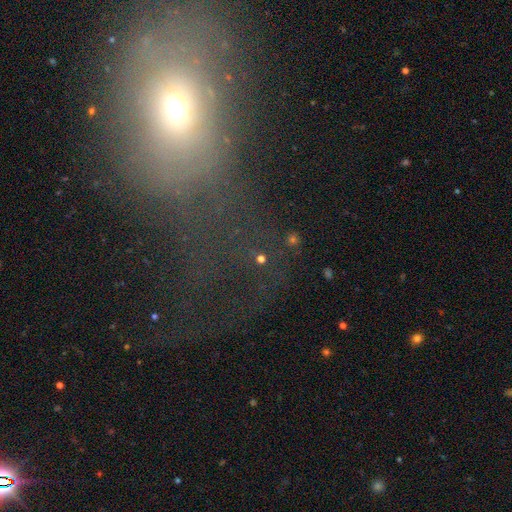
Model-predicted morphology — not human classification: This appears to be a smooth galaxy with no disk features (43%). Merging: major disturbance (48%).